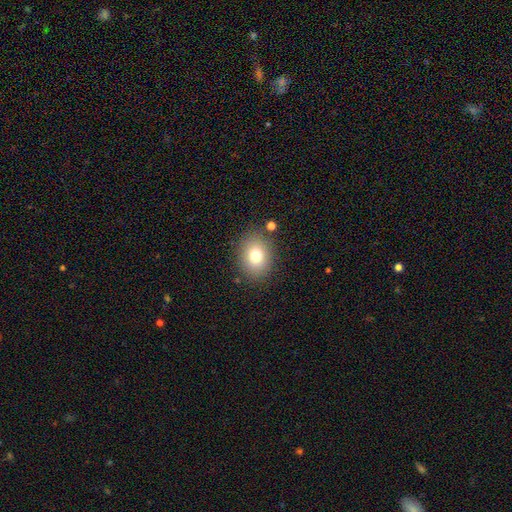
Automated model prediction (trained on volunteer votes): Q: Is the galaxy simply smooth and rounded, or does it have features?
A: smooth — 77%.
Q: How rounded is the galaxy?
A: in between — 53%.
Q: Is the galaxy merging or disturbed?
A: none — 84%.